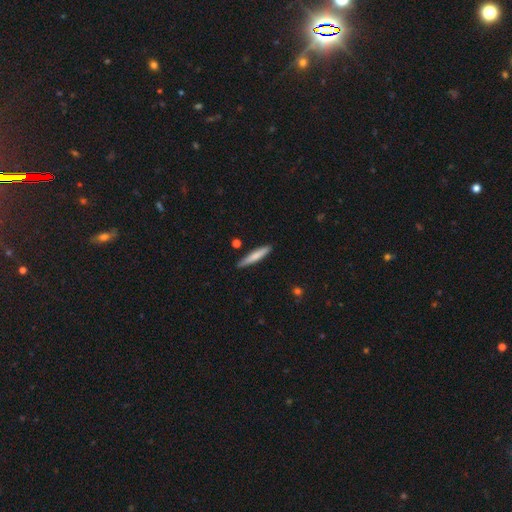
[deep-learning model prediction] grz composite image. It shows a smooth galaxy with no disk features (72%) that is cigar-shaped (92%). Merging: none (86%).